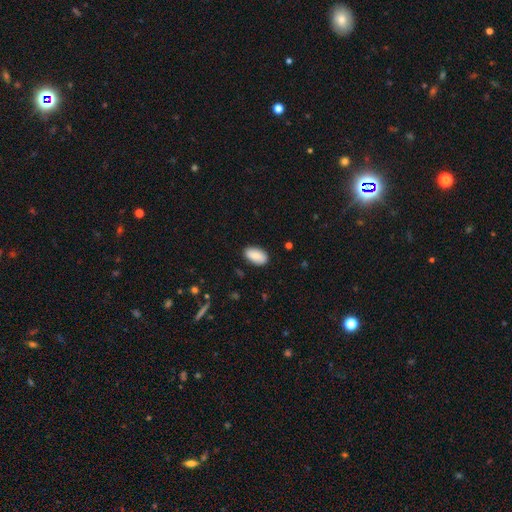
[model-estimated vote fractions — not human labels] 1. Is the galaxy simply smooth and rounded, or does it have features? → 87% smooth, 6% star or artifact, 6% featured or disk.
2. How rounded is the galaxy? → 94% in between, 3% round, 2% cigar-shaped.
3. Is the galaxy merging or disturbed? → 86% none, 11% minor disturbance, 2% major disturbance, 1% merger.